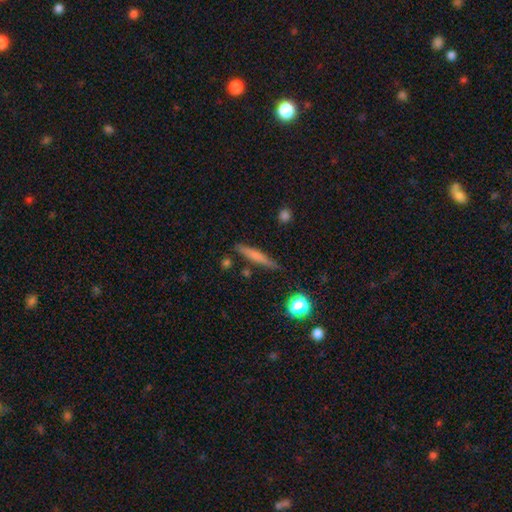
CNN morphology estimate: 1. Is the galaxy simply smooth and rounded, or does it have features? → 60% smooth, 32% featured or disk, 8% star or artifact.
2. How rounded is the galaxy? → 91% cigar-shaped, 6% in between, 3% round.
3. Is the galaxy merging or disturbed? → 83% none, 11% minor disturbance, 3% merger, 3% major disturbance.